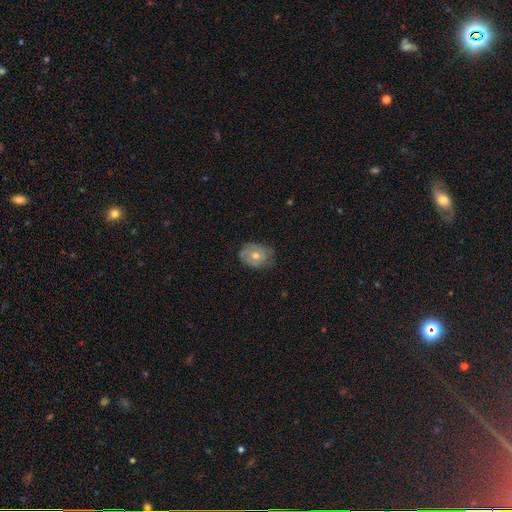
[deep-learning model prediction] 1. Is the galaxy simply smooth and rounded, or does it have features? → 47% featured or disk, 43% smooth, 10% star or artifact.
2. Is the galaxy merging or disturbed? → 73% none, 21% minor disturbance, 5% major disturbance, 1% merger.